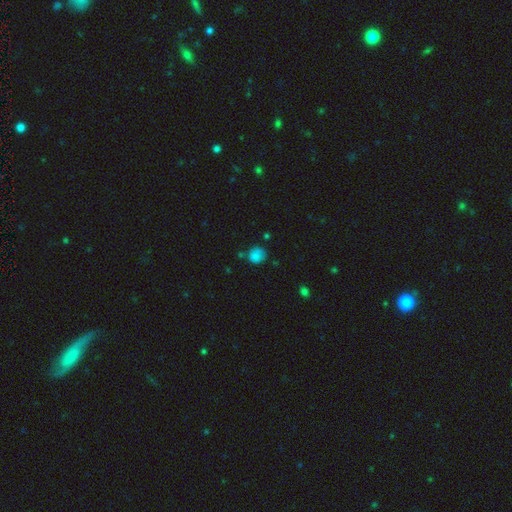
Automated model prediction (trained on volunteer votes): The model was most divided on "merging": none: 63%, minor disturbance: 24%, major disturbance: 7%, merger: 6%. More confident: how rounded — round (81%); smooth or featured — smooth (80%).